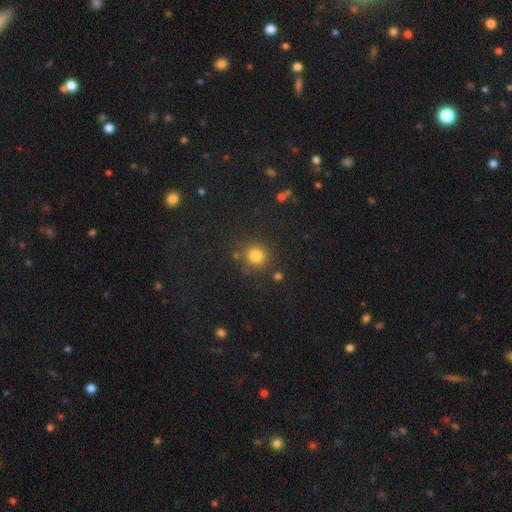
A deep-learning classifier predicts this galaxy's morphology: The model was most divided on "smooth or featured": smooth: 79%, star or artifact: 15%, featured or disk: 6%. More confident: how rounded — round (92%); merging — none (83%).